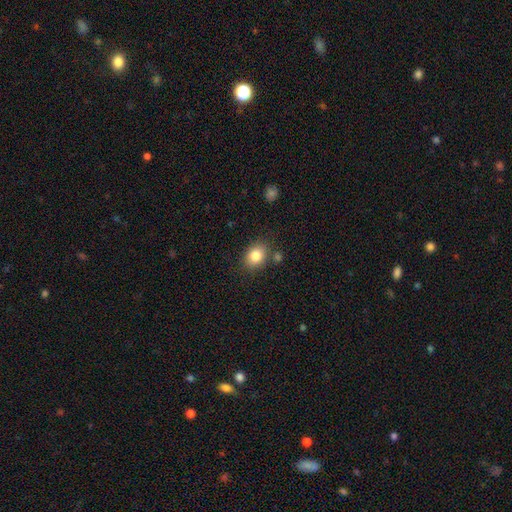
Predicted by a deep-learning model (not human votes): A smooth galaxy with no disk features (83%) that is in between round and cigar-shaped (58%).

Vote fractions:
- Smooth or featured? smooth: 83% / star or artifact: 9% / featured or disk: 8%
- How rounded? in between: 58% / round: 41% / cigar-shaped: 1%
- Merging? none: 78% / minor disturbance: 12% / merger: 6% / major disturbance: 3%